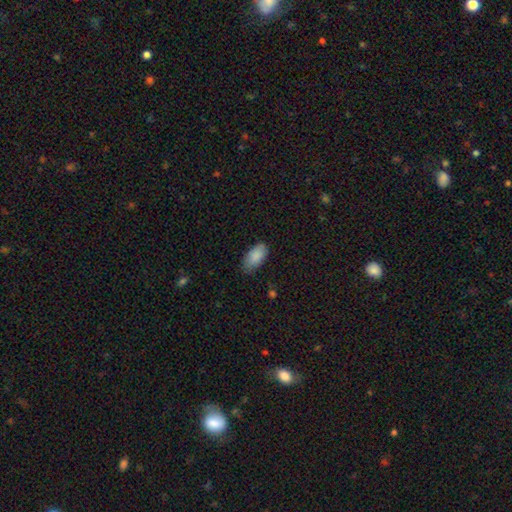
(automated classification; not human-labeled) Overall: smooth (88%). How rounded: in between (94%). Merging: none (77%).